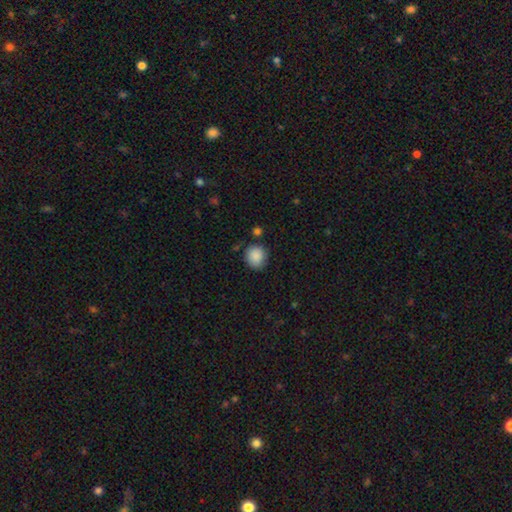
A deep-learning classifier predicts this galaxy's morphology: Smooth or featured: smooth — 89% (star or artifact — 8%)
How rounded: round — 83% (in between — 16%)
Merging: none — 79% (minor disturbance — 14%)